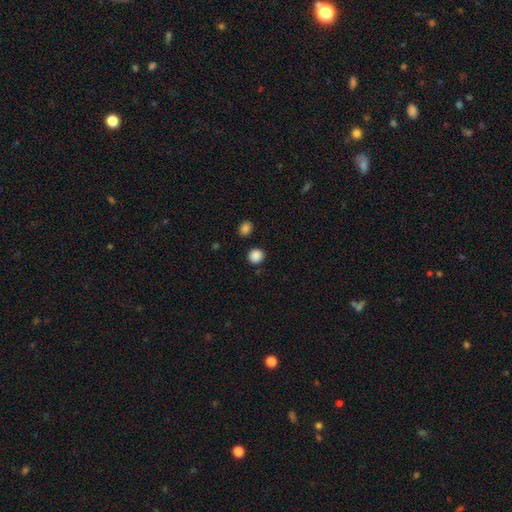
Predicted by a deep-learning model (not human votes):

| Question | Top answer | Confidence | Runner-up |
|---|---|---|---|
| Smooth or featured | smooth | 88% | star or artifact (9%) |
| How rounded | round | 88% | in between (11%) |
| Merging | none | 88% | minor disturbance (7%) |